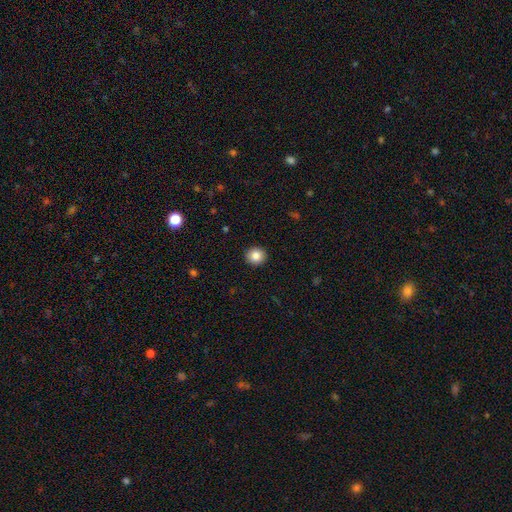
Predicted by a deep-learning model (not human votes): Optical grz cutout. It shows a smooth galaxy with no disk features (86%) that is round (88%). Merging: none (92%).